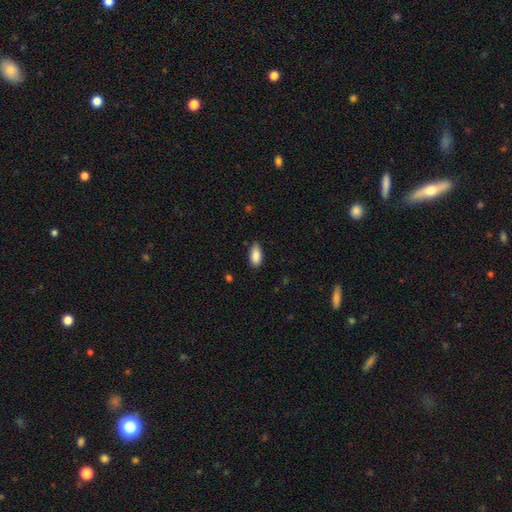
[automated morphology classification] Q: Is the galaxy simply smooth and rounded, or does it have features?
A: smooth — 89%.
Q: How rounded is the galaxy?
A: in between — 92%.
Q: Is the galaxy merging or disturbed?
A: none — 81%.